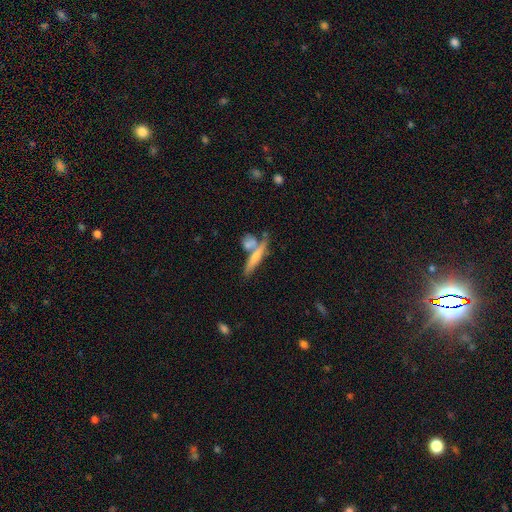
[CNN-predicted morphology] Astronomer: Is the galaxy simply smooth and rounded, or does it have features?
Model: smooth — 51% (runner-up: featured or disk, 41%).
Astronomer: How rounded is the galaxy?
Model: cigar-shaped — 80%.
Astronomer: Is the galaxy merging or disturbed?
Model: none — 50% (runner-up: merger, 34%).